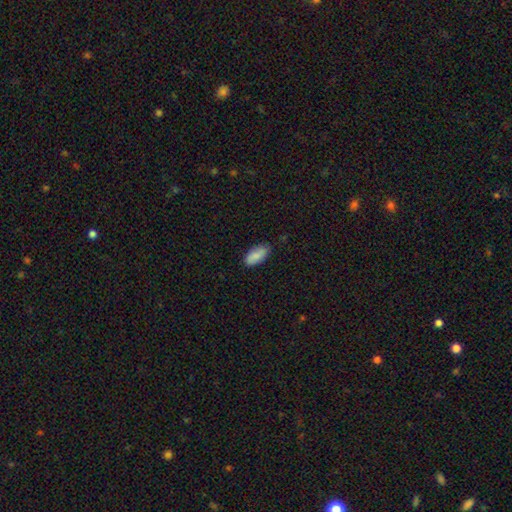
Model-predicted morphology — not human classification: This is clearly a smooth galaxy (84%). How rounded: clearly in between (90%). Merging: clearly none (82%).